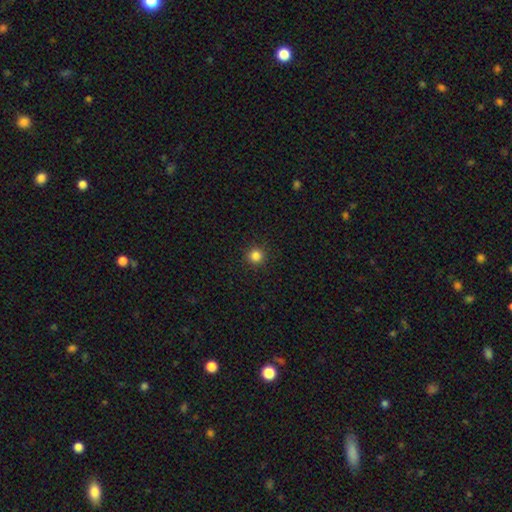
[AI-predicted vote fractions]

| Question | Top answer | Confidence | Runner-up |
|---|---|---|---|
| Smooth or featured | smooth | 84% | star or artifact (13%) |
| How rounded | round | 95% | in between (4%) |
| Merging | none | 92% | minor disturbance (5%) |